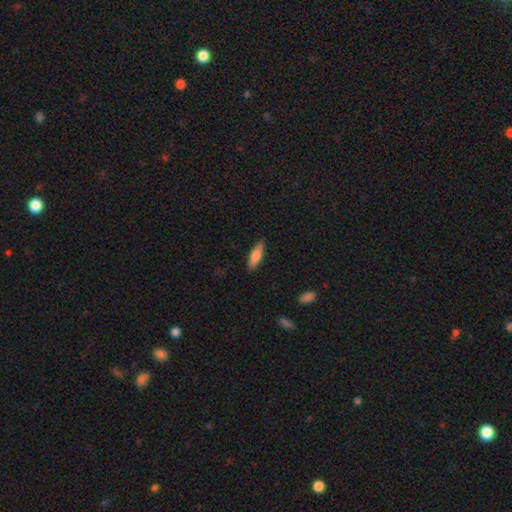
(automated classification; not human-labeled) smooth-or-featured: smooth: 77% | featured or disk: 17% | star or artifact: 6%
  how-rounded: cigar-shaped: 57% | in between: 41% | round: 2%
  merging: none: 85% | minor disturbance: 12% | major disturbance: 2% | merger: 1%